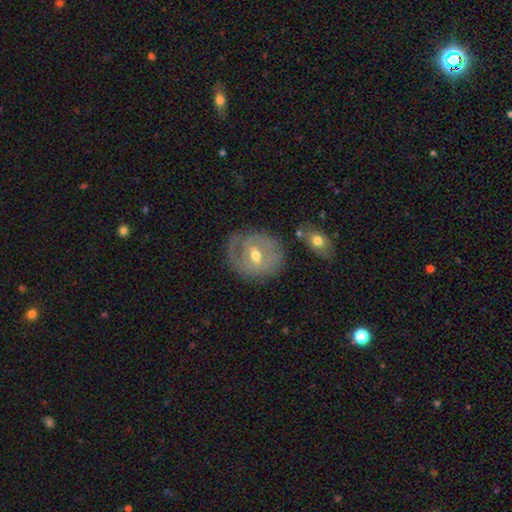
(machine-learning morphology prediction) featured or disk 67%, smooth 27%, star or artifact 7%. Down the decision tree: edge-on disk — no (95%); bar — weak (51%); spiral arms — yes (62%); bulge size — moderate (72%); merging — none (64%).